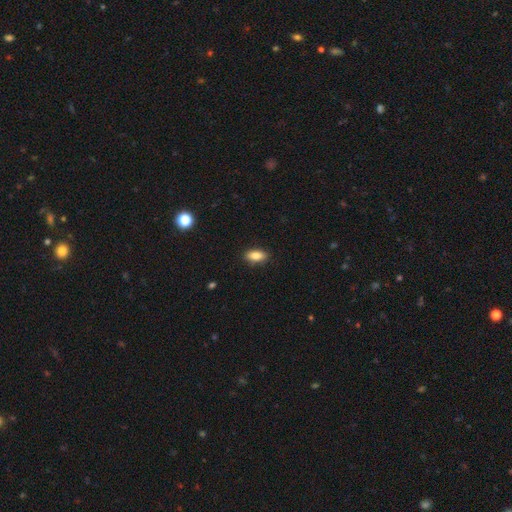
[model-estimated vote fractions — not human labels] smooth 85%, star or artifact 8%, featured or disk 7%. Down the decision tree: how rounded — in between (86%); merging — none (87%).